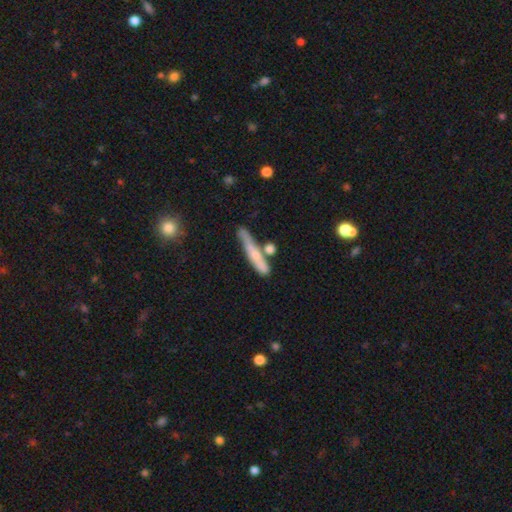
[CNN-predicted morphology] Overall: smooth (52%; featured or disk 40%). How rounded: cigar-shaped (88%). Merging: none (54%; minor disturbance 20%).